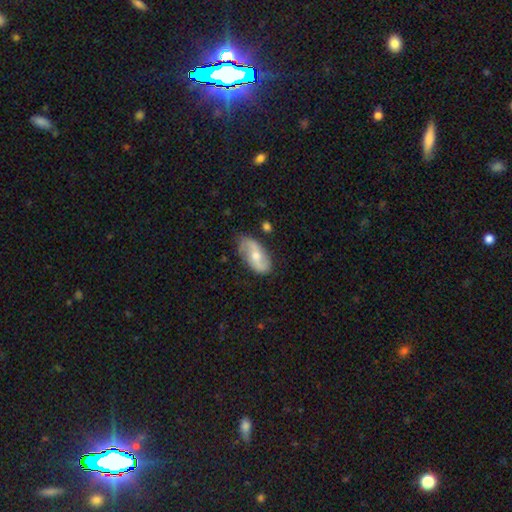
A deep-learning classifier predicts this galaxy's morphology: This appears to be a featured or disk galaxy (60%) with no bar (56%), spiral arms (85%) and a moderate central bulge (58%). Merging: none (72%).